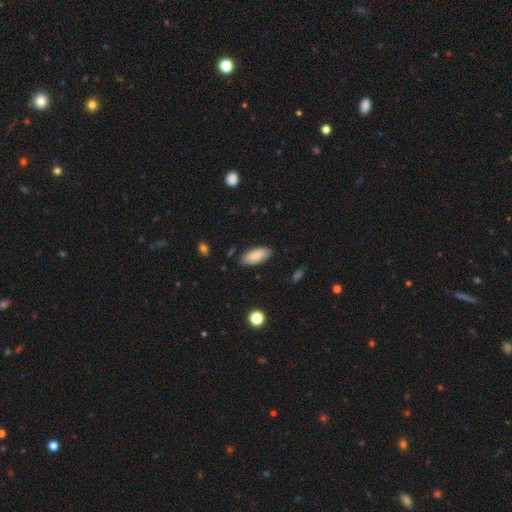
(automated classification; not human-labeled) smooth 86%, featured or disk 8%, star or artifact 6%. Down the decision tree: how rounded — in between (87%); merging — none (86%).